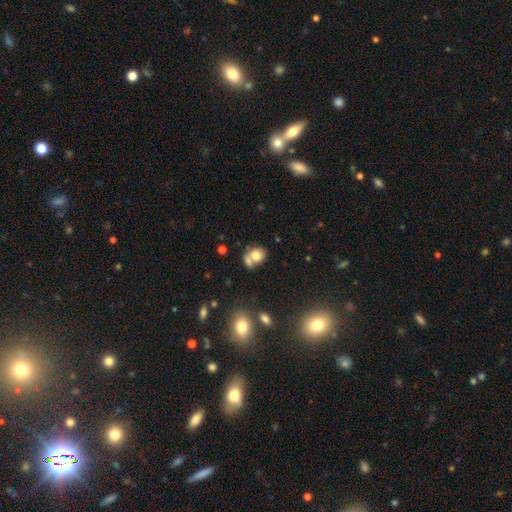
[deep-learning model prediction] smooth 74%, featured or disk 16%, star or artifact 10%. Down the decision tree: how rounded — round (61%); merging — merger (46%).